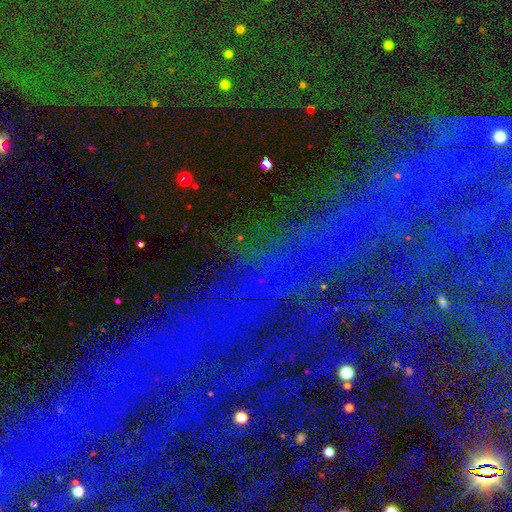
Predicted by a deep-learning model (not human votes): This is likely a star or artifact rather than a galaxy (79%).